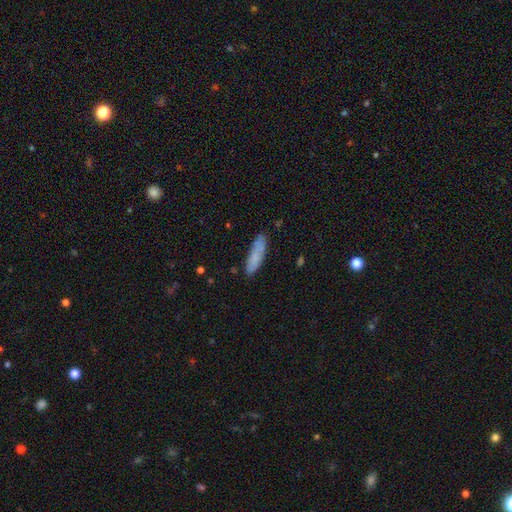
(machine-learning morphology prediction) Smooth or featured? smooth (76%)
How rounded? cigar-shaped (69%)
Merging? none (78%)